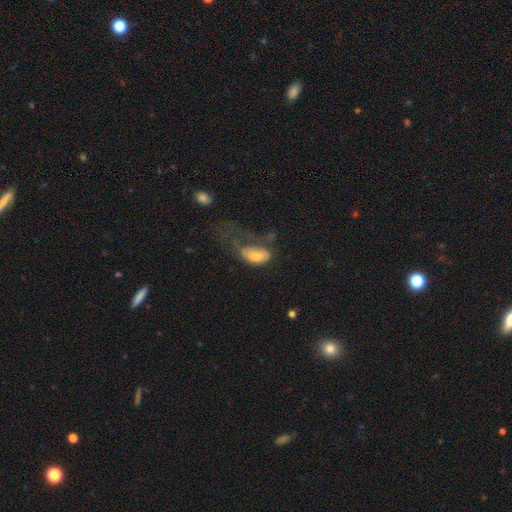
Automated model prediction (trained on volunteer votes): smooth-or-featured: smooth: 67% | featured or disk: 25% | star or artifact: 8%
  how-rounded: in between: 91% | round: 4% | cigar-shaped: 4%
  merging: major disturbance: 57% | minor disturbance: 19% | none: 16% | merger: 8%